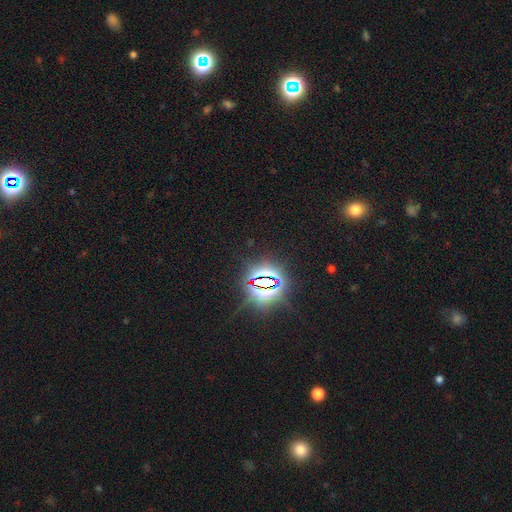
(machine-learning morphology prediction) Q: Smooth or featured?
A: star or artifact (79%); runner-up: smooth (15%)